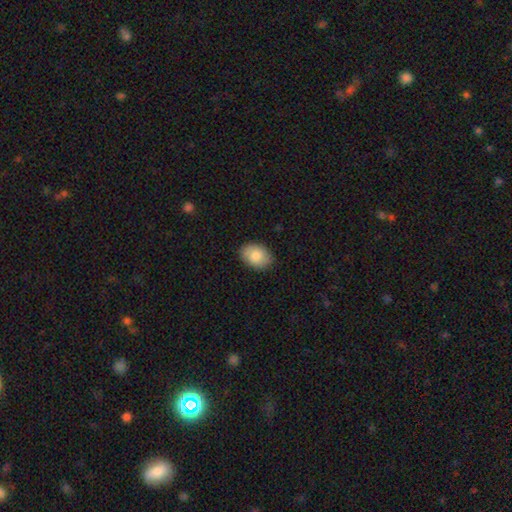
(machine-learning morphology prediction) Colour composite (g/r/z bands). It shows a smooth galaxy with no disk features (84%) that is in between round and cigar-shaped (80%). Merging: none (86%).